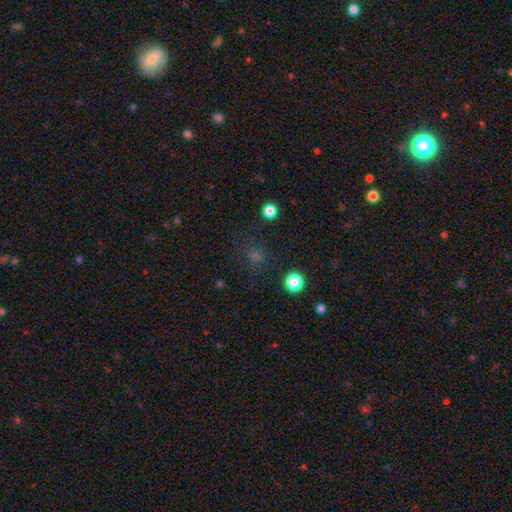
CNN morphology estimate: Smooth or featured?
  - smooth: 51% *
  - star or artifact: 41%
  - featured or disk: 7%
How rounded?
  - round: 90% *
  - in between: 9%
  - cigar-shaped: 1%
Merging?
  - none: 85% *
  - minor disturbance: 9%
  - major disturbance: 4%
  - merger: 2%